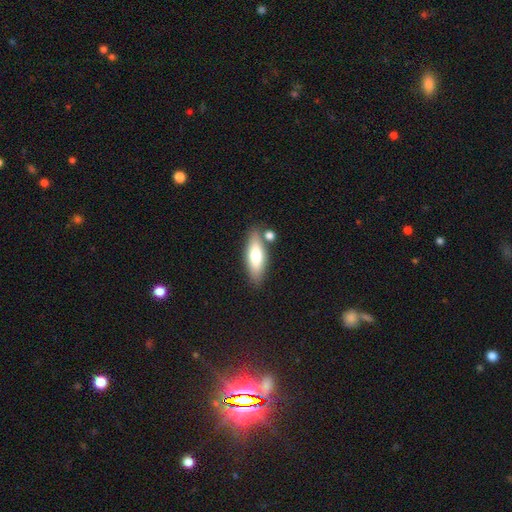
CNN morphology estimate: Smooth or featured? smooth (67%)
How rounded? in between (54%)
Merging? none (73%)